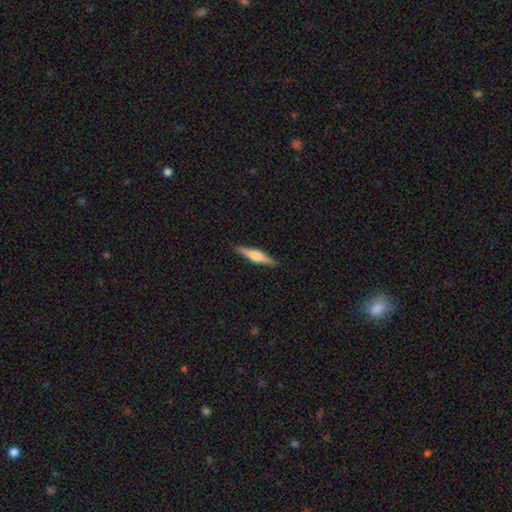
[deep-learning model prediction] A featured or disk galaxy (57%) viewed edge-on (97%) with a rounded central bulge (80%).

Vote fractions:
- Smooth or featured? featured or disk: 57% / smooth: 38% / star or artifact: 6%
- Edge-on disk? yes: 97% / no: 3%
- Edge-on bulge? rounded: 80% / boxy: 14% / none: 6%
- Merging? none: 90% / minor disturbance: 7% / major disturbance: 2% / merger: 1%